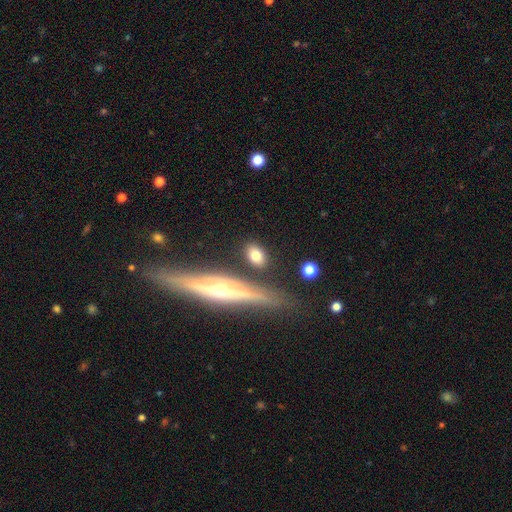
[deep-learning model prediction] Overall: smooth (75%). How rounded: in between (75%). Merging: none (82%).